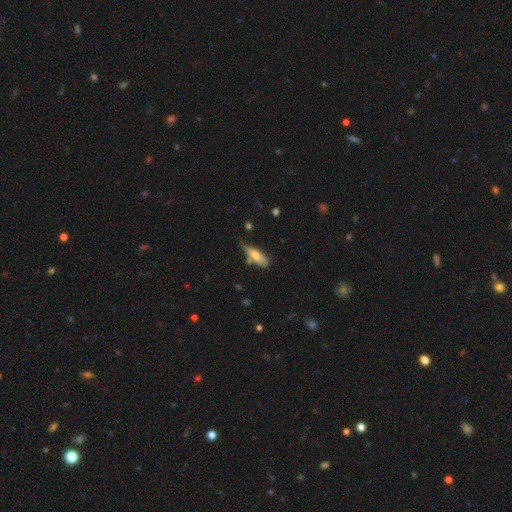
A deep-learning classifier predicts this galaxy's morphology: Overall: smooth (70%). How rounded: in between (49%, tied with cigar-shaped). Merging: none (48%; minor disturbance 34%).